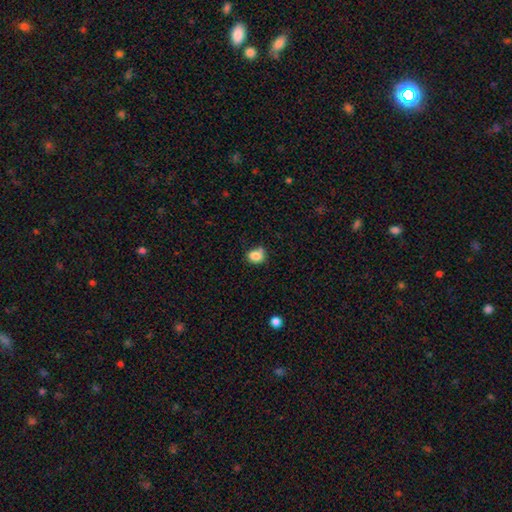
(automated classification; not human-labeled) A smooth galaxy with no disk features (83%) that is round (64%). Merging: none (54%).